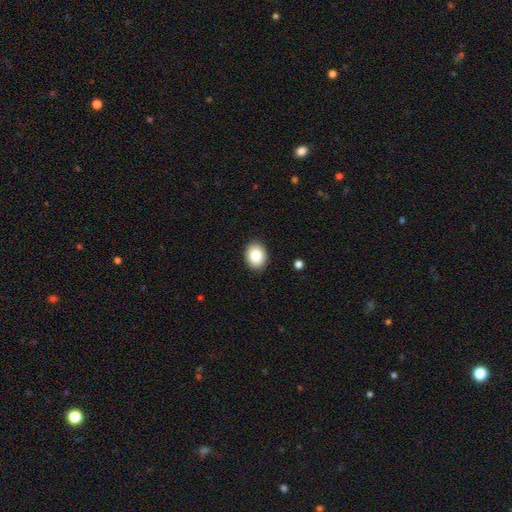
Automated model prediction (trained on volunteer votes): A smooth galaxy with no disk features (83%) that is in between round and cigar-shaped (56%).

Vote fractions:
- Smooth or featured? smooth: 83% / star or artifact: 8% / featured or disk: 8%
- How rounded? in between: 56% / round: 43% / cigar-shaped: 1%
- Merging? none: 90% / minor disturbance: 7% / major disturbance: 2% / merger: 1%